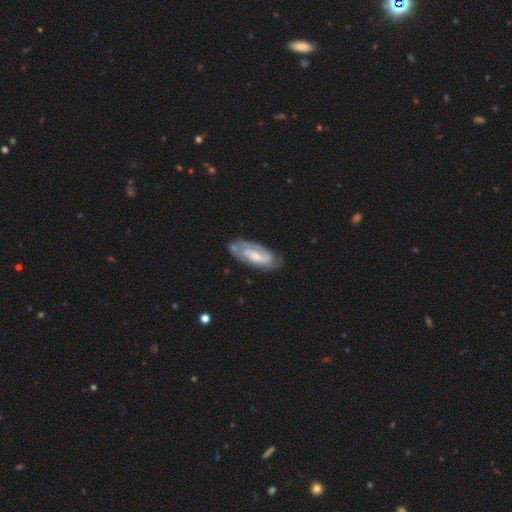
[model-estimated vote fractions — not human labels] A featured or disk galaxy (71%) with a weak bar (46%), 2 (57%) tight (44%) spiral arms (88%) and a small central bulge (52%).

Vote fractions:
- Smooth or featured? featured or disk: 71% / smooth: 23% / star or artifact: 5%
- Edge-on disk? no: 91% / yes: 9%
- Bar? weak: 46% / no: 37% / strong: 17%
- Spiral arms? yes: 88% / no: 12%
- Spiral winding? tight: 44% / medium: 40% / loose: 16%
- Spiral arm count? 2: 57% / can't tell: 27% / 3: 7% / 1: 5% / 4: 2% / more than 4: 2%
- Bulge size? small: 52% / moderate: 38% / none: 6% / large: 3% / dominant: 1%
- Merging? none: 70% / minor disturbance: 21% / major disturbance: 6% / merger: 3%